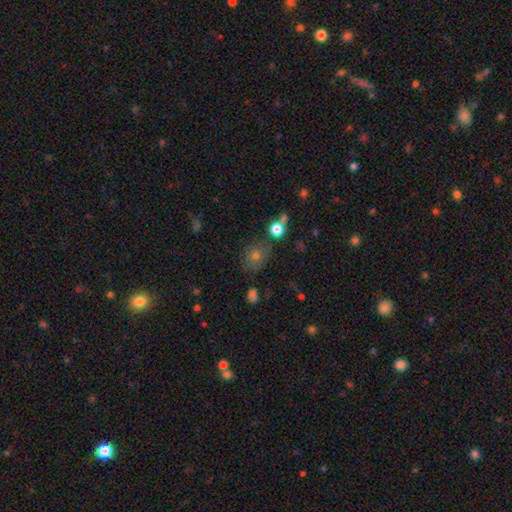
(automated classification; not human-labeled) Smooth or featured? smooth (66%)
How rounded? round (62%)
Merging? none (71%)